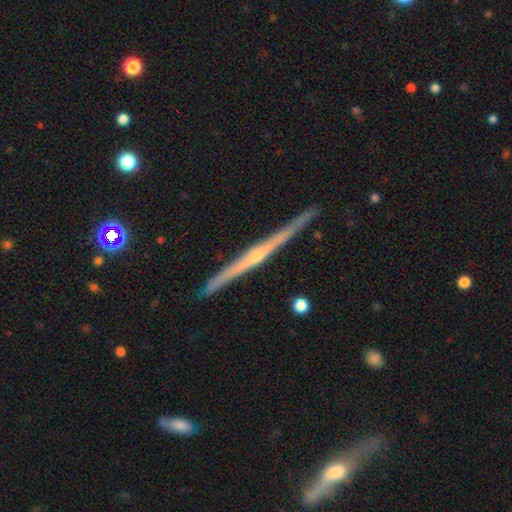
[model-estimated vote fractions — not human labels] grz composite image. It shows a featured or disk galaxy (83%) viewed edge-on (98%) with a rounded central bulge (60%). Merging: none (91%).